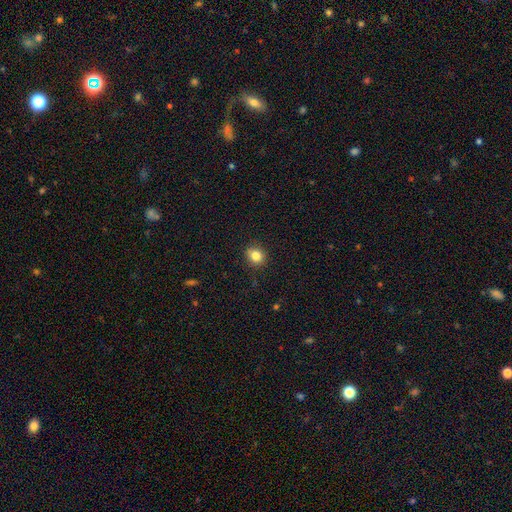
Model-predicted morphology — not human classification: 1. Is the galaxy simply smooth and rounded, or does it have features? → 82% smooth, 12% star or artifact, 6% featured or disk.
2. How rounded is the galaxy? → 82% round, 18% in between, 1% cigar-shaped.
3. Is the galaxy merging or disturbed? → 86% none, 10% minor disturbance, 2% major disturbance, 2% merger.